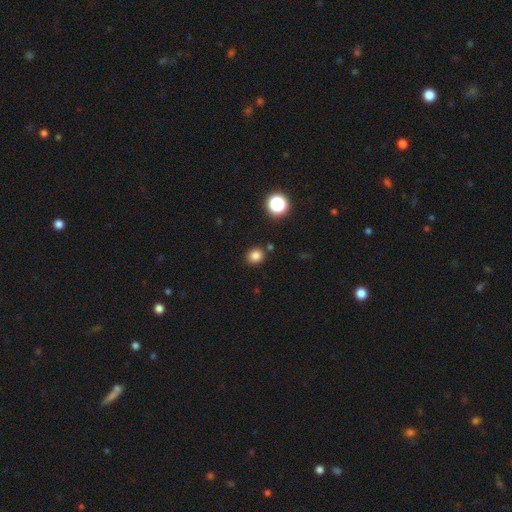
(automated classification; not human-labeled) Morphology: type=smooth (82%); roundness=round (83%); merging=none (85%).